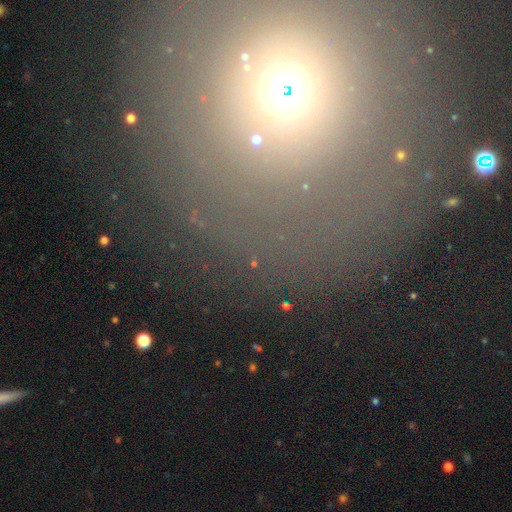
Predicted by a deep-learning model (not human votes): Smooth or featured? star or artifact (45%)